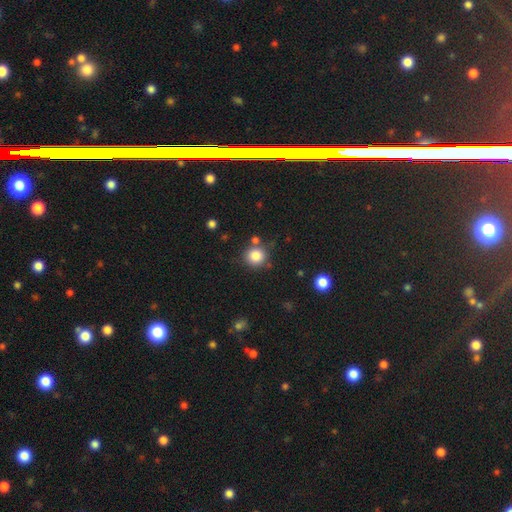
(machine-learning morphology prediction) Smooth or featured? Predicted: smooth (p=0.85). How rounded? Predicted: round (p=0.89). Merging? Predicted: none (p=0.78).